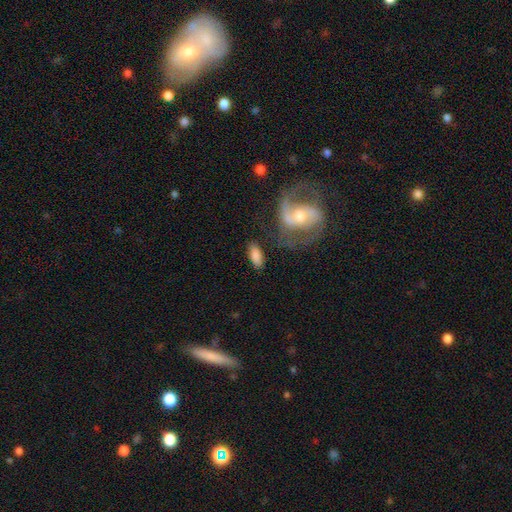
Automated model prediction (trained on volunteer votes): A smooth galaxy with no disk features (77%) that is in between round and cigar-shaped (84%).

Vote fractions:
- Smooth or featured? smooth: 77% / featured or disk: 16% / star or artifact: 7%
- How rounded? in between: 84% / cigar-shaped: 13% / round: 3%
- Merging? none: 72% / minor disturbance: 15% / major disturbance: 7% / merger: 6%